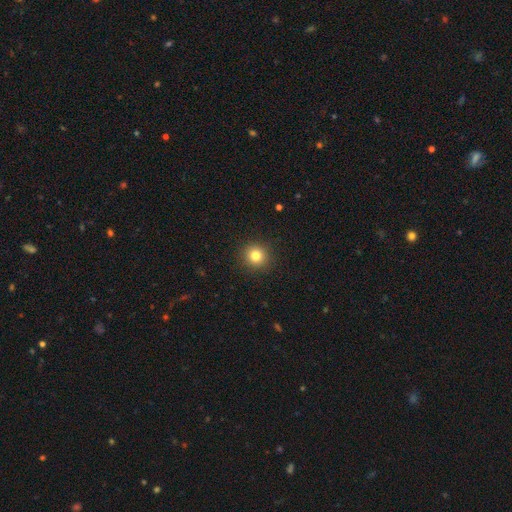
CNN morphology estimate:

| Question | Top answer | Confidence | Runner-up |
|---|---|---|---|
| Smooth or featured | smooth | 80% | star or artifact (13%) |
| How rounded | round | 92% | in between (7%) |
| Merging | none | 92% | minor disturbance (5%) |